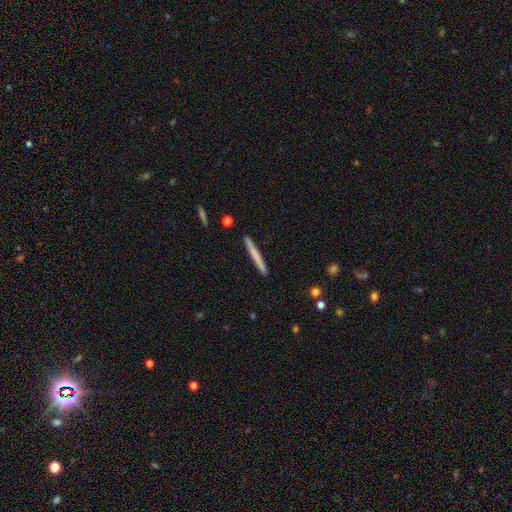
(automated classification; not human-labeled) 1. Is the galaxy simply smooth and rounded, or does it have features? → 64% smooth, 30% featured or disk, 6% star or artifact.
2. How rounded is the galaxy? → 97% cigar-shaped, 2% in between, 1% round.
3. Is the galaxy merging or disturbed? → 91% none, 6% minor disturbance, 1% merger, 1% major disturbance.